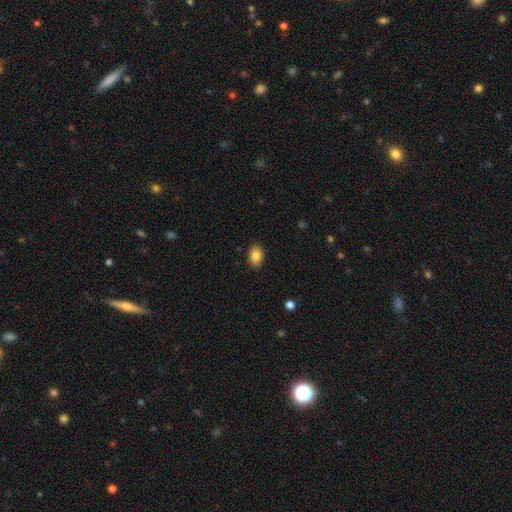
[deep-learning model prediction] Overall: smooth (86%). How rounded: in between (84%). Merging: none (89%).